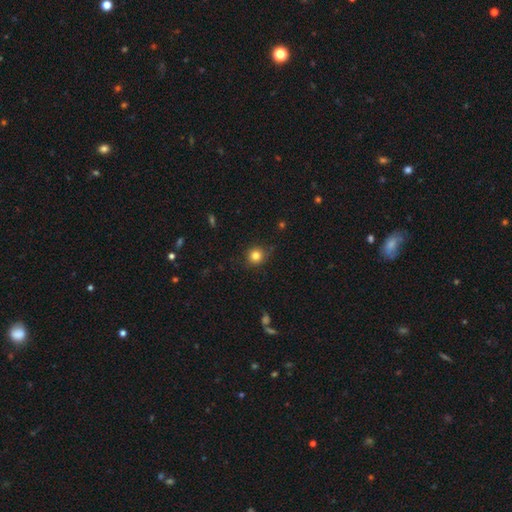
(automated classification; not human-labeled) Morphology: type=smooth (82%); roundness=round (89%); merging=none (85%).